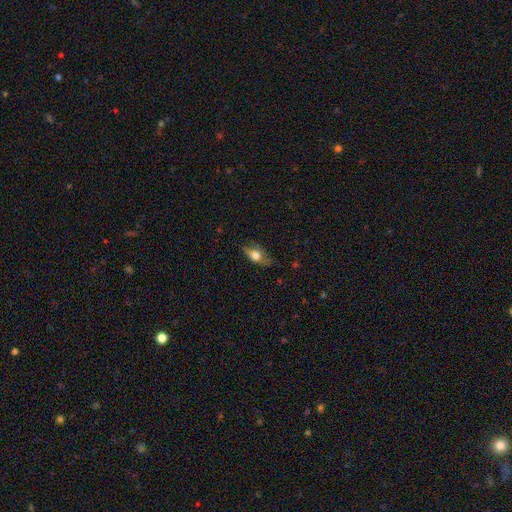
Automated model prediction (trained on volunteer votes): This is possibly a smooth galaxy (60%). How rounded: likely in between (75%). Merging: likely none (63%).